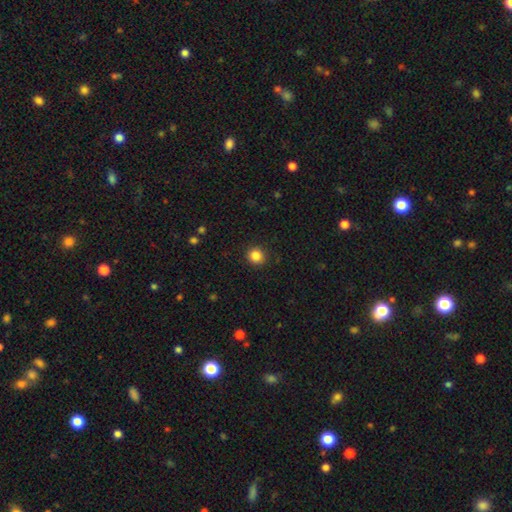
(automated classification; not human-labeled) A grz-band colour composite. It shows a smooth galaxy with no disk features (86%) that is round (89%). Merging: none (91%).